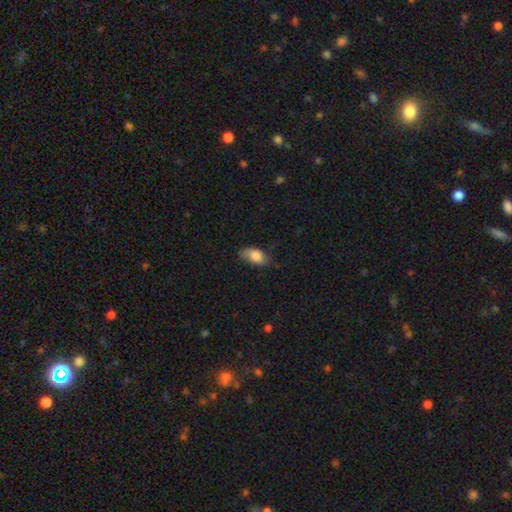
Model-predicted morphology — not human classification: The model was most divided on "merging": none: 62%, minor disturbance: 29%, major disturbance: 7%, merger: 1%. More confident: how rounded — in between (92%); smooth or featured — smooth (79%).